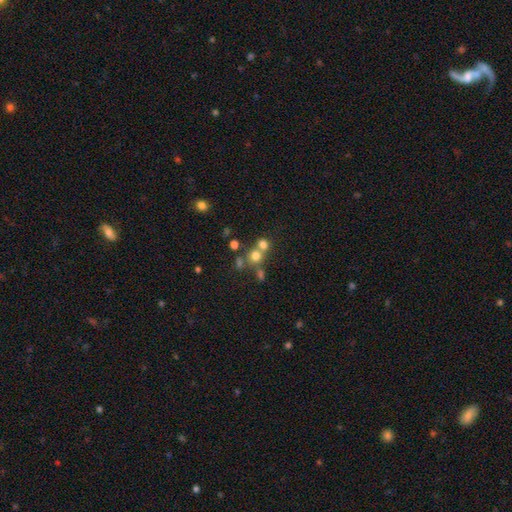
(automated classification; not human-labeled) A smooth galaxy with no disk features (66%) that is round (85%).

Vote fractions:
- Smooth or featured? smooth: 66% / star or artifact: 19% / featured or disk: 15%
- How rounded? round: 85% / in between: 14% / cigar-shaped: 1%
- Merging? none: 45% / merger: 44% / minor disturbance: 7% / major disturbance: 4%